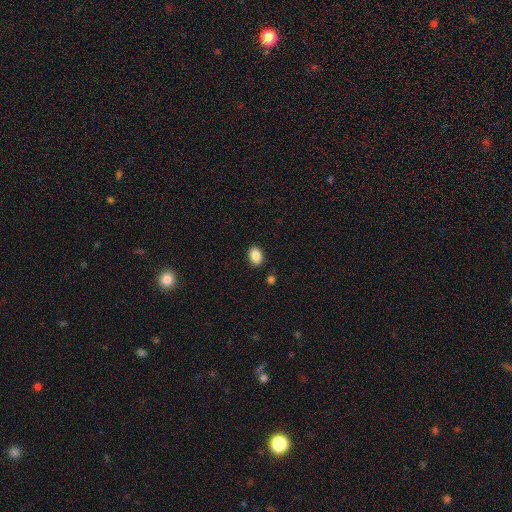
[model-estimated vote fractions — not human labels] smooth_or_featured: smooth (p=0.87) [alt: star or artifact p=0.08]
how_rounded: in between (p=0.79) [alt: round p=0.20]
merging: none (p=0.87) [alt: minor disturbance p=0.08]